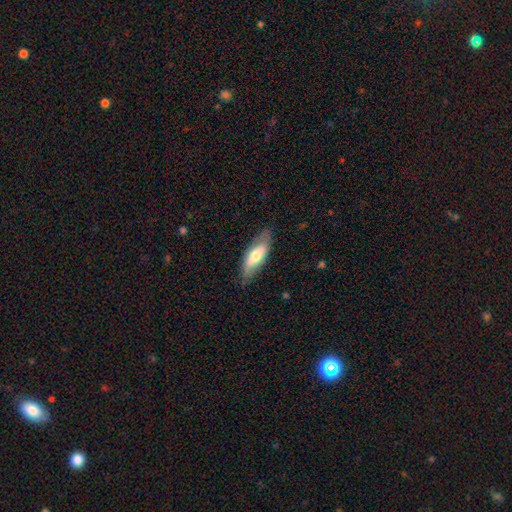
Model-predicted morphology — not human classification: This appears to be a smooth galaxy with no disk features (55%) that is in between round and cigar-shaped (68%). Merging: none (75%).